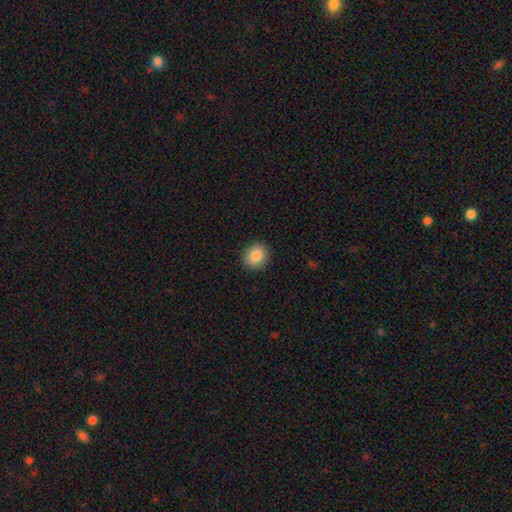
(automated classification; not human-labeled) A smooth galaxy with no disk features (86%) that is round (71%).

Vote fractions:
- Smooth or featured? smooth: 86% / star or artifact: 9% / featured or disk: 5%
- How rounded? round: 71% / in between: 28% / cigar-shaped: 1%
- Merging? none: 90% / minor disturbance: 7% / major disturbance: 2% / merger: 1%